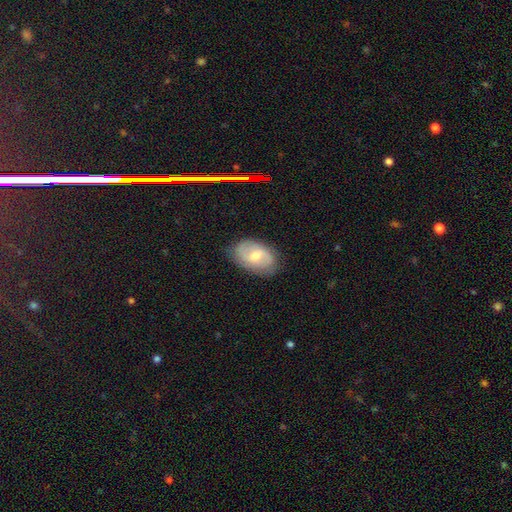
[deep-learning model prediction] Smooth or featured?
  - featured or disk: 58% *
  - smooth: 35%
  - star or artifact: 7%
Edge-on disk?
  - no: 95% *
  - yes: 5%
Bar?
  - weak: 50% *
  - no: 39%
  - strong: 11%
Spiral arms?
  - yes: 80% *
  - no: 20%
Bulge size?
  - moderate: 60% *
  - small: 34%
  - large: 3%
  - none: 2%
  - dominant: 1%
Merging?
  - none: 77% *
  - minor disturbance: 18%
  - major disturbance: 4%
  - merger: 1%